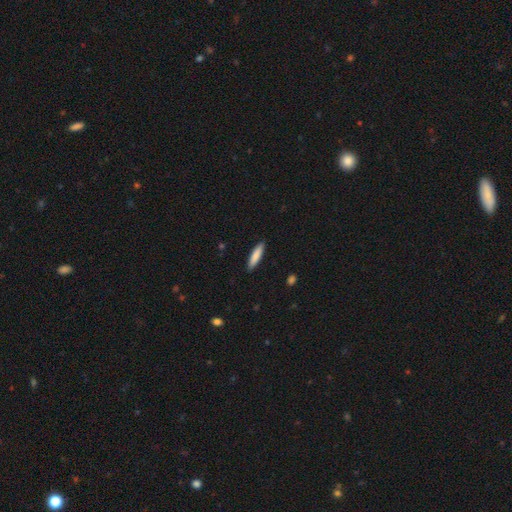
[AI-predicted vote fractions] Morphology: type=smooth (84%); roundness=cigar-shaped (76%); merging=none (90%).